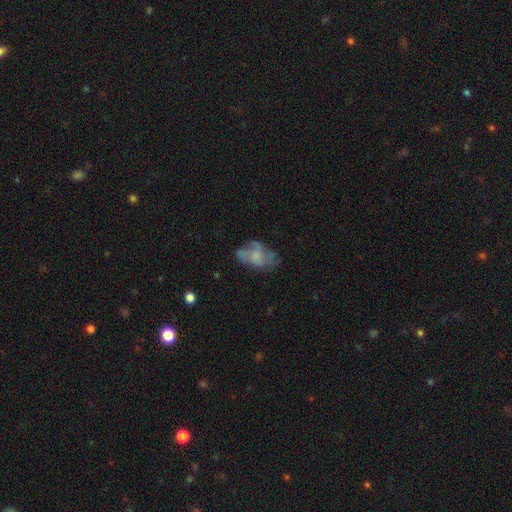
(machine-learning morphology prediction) The model was most divided on "smooth or featured": featured or disk: 52%, smooth: 39%, star or artifact: 10%. Remaining: edge-on disk — no (96%); merging — none (49%).